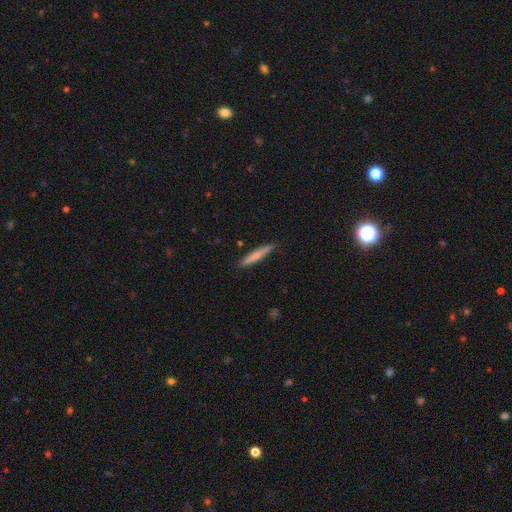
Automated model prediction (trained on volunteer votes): Smooth or featured? Predicted: smooth (p=0.70). How rounded? Predicted: cigar-shaped (p=0.95). Merging? Predicted: none (p=0.87).